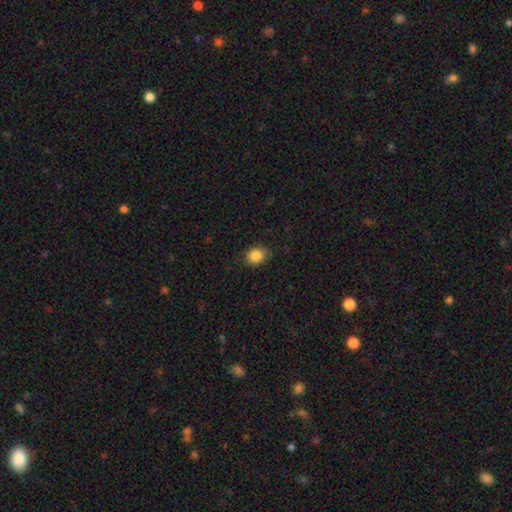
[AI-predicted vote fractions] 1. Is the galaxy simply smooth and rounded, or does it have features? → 85% smooth, 9% star or artifact, 5% featured or disk.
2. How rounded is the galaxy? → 53% round, 46% in between, 1% cigar-shaped.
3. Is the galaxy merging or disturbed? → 83% none, 13% minor disturbance, 3% major disturbance, 1% merger.